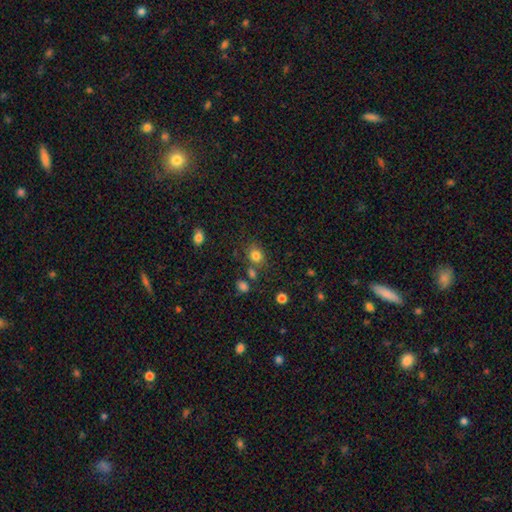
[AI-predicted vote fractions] Q: Smooth or featured?
A: smooth (80%); runner-up: star or artifact (13%)
Q: How rounded?
A: round (62%); runner-up: in between (37%)
Q: Merging?
A: none (71%); runner-up: minor disturbance (14%)